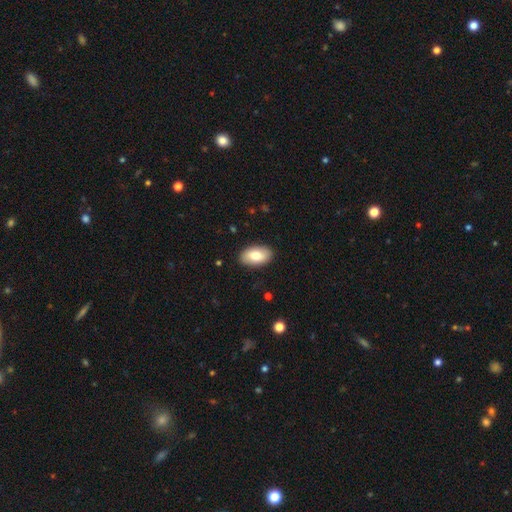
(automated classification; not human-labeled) This is likely a smooth galaxy (77%). How rounded: clearly in between (94%). Merging: clearly none (88%).